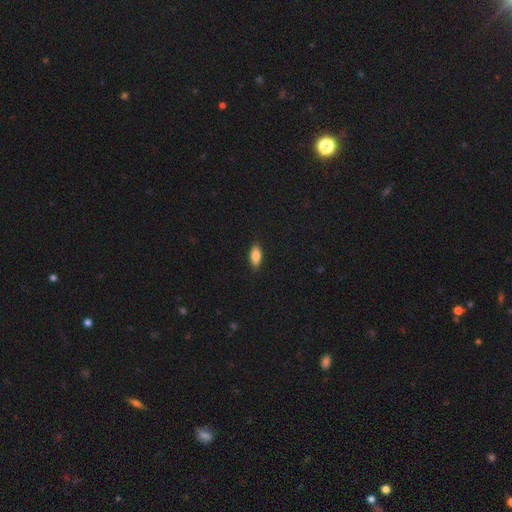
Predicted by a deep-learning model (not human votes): Morphology: type=smooth (83%); roundness=in between (83%); merging=none (87%).